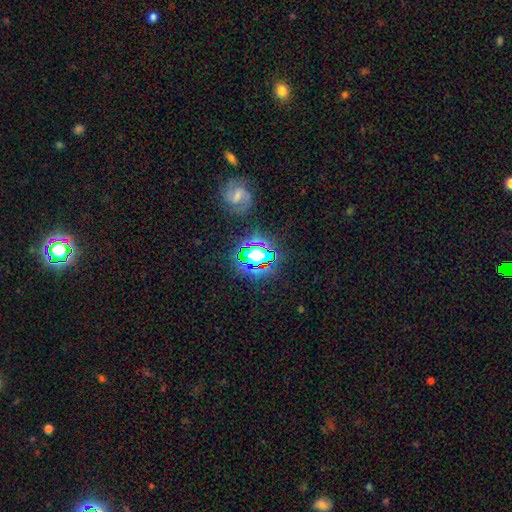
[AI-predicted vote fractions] Smooth or featured: star or artifact — 55% (smooth — 26%)